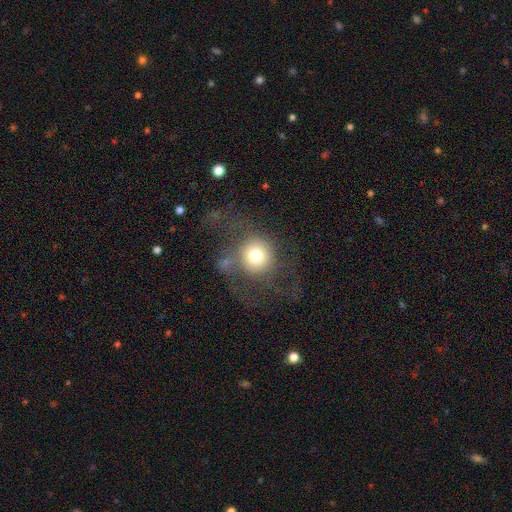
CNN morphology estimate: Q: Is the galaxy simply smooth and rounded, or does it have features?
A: smooth — 67%.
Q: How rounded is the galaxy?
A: round — 91%.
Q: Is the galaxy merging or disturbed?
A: none — 49%.